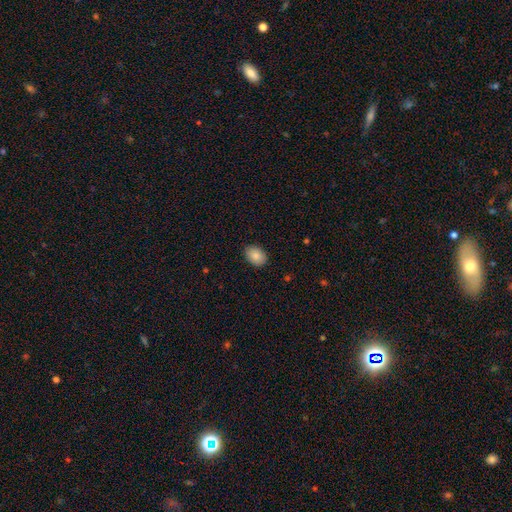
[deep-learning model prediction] A smooth galaxy with no disk features (88%) that is in between round and cigar-shaped (79%). Merging: none (87%).